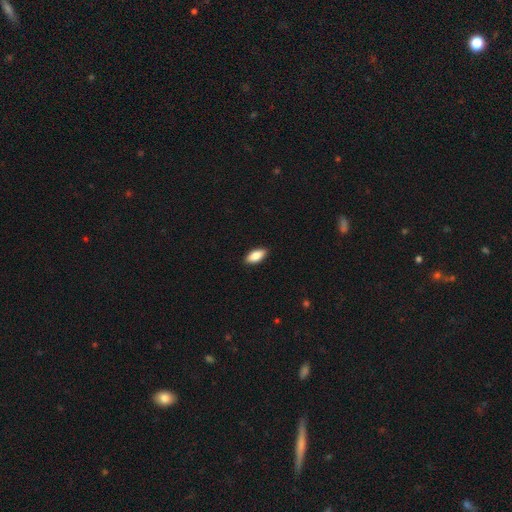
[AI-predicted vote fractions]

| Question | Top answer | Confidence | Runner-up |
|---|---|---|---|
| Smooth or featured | smooth | 85% | featured or disk (9%) |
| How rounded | in between | 87% | cigar-shaped (10%) |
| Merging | none | 89% | minor disturbance (8%) |